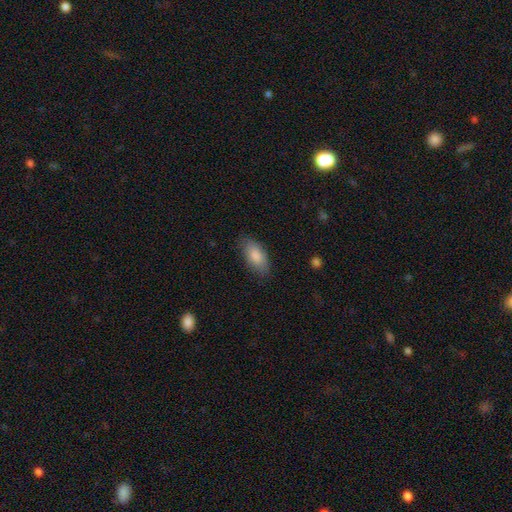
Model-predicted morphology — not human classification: This is clearly a smooth galaxy (85%). How rounded: clearly in between (90%). Merging: clearly none (80%).